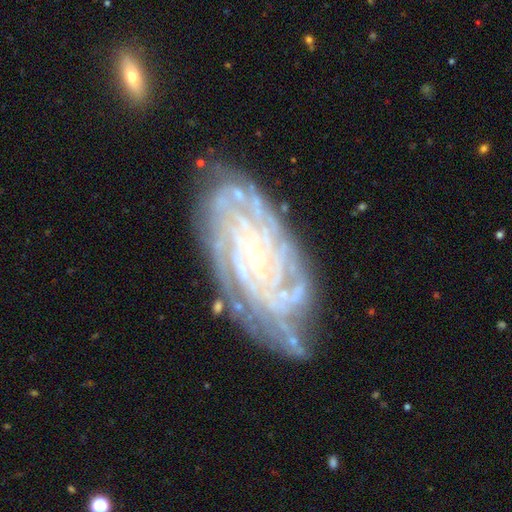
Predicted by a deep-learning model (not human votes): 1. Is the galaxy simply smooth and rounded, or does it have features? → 88% featured or disk, 6% star or artifact, 6% smooth.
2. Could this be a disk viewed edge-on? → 95% no, 5% yes.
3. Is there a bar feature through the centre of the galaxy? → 66% no, 25% weak, 10% strong.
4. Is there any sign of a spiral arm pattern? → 97% yes, 3% no.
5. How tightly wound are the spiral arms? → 80% tight, 17% medium, 3% loose.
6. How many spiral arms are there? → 25% can't tell (tied), 25% 4 (tied), 20% more than 4, 13% 3, 10% 2, 7% 1.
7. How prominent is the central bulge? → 84% small, 10% moderate, 4% none, 1% large, 1% dominant.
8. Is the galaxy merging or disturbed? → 68% none, 21% minor disturbance, 7% major disturbance, 3% merger.